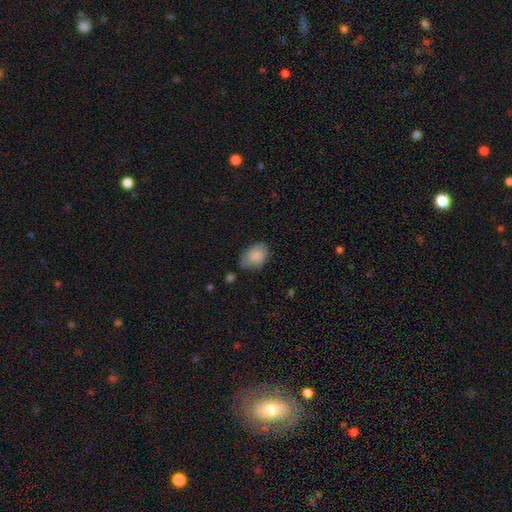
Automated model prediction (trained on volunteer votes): Smooth or featured?
  - smooth: 85% *
  - featured or disk: 8%
  - star or artifact: 7%
How rounded?
  - in between: 81% *
  - round: 18%
  - cigar-shaped: 1%
Merging?
  - none: 64% *
  - minor disturbance: 27%
  - major disturbance: 6%
  - merger: 3%